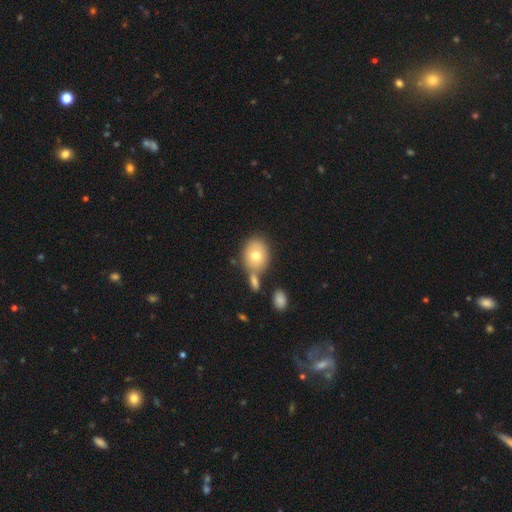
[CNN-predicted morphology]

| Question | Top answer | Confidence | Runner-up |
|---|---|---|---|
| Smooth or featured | smooth | 73% | featured or disk (18%) |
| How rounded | round | 57% | in between (42%) |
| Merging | none | 60% | merger (23%) |